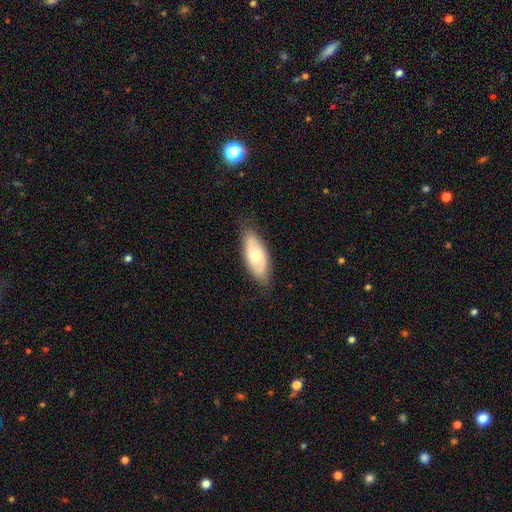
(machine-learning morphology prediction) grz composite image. It shows a smooth galaxy with no disk features (59%) that is in between round and cigar-shaped (82%). Merging: none (80%).